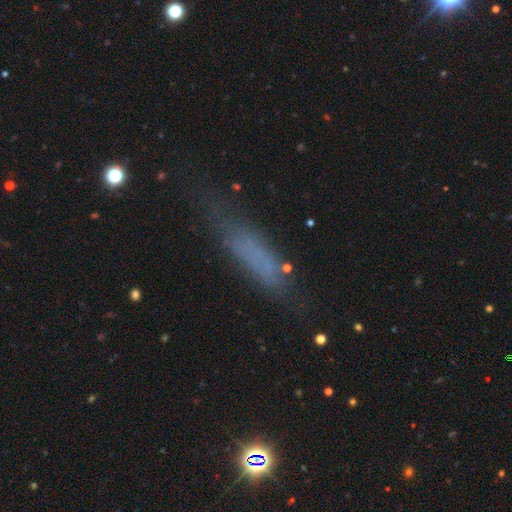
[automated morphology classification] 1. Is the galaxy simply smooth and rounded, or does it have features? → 57% smooth, 27% featured or disk, 16% star or artifact.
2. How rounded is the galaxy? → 71% cigar-shaped, 27% in between, 2% round.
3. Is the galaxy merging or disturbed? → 59% none, 25% minor disturbance, 13% major disturbance, 3% merger.